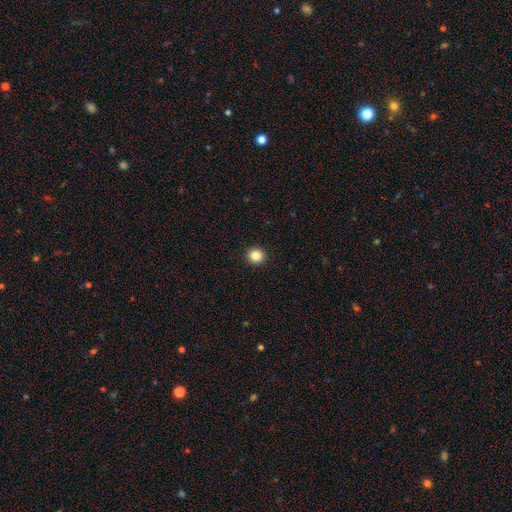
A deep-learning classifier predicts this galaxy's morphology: Overall: smooth (85%). How rounded: round (89%). Merging: none (93%).